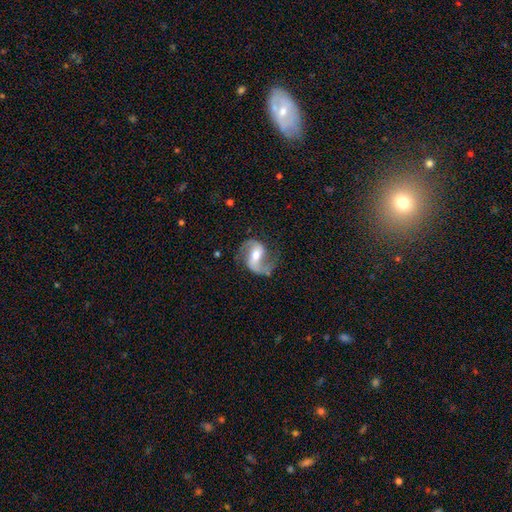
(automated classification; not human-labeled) Smooth or featured: featured or disk — 88% (smooth — 7%)
Edge-on disk: no — 98% (yes — 2%)
Bar: weak — 45% (strong — 33%)
Spiral arms: yes — 97% (no — 3%)
Spiral winding: medium — 49% (loose — 40%)
Spiral arm count: 2 — 90% (1 — 5%)
Bulge size: moderate — 64% (small — 22%)
Merging: none — 72% (minor disturbance — 16%)